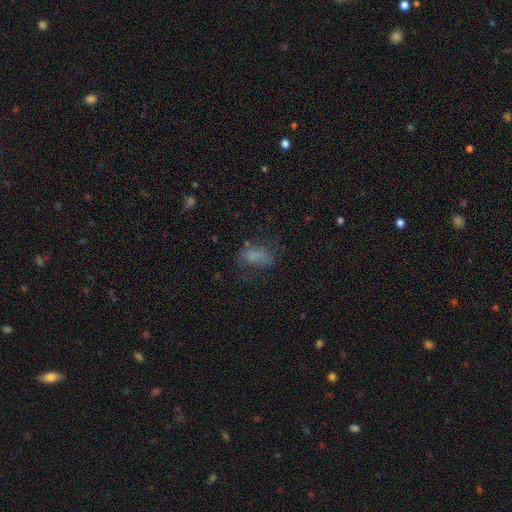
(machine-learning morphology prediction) This appears to be a smooth galaxy with no disk features (68%) that is in between round and cigar-shaped (85%). Merging: none (47%).